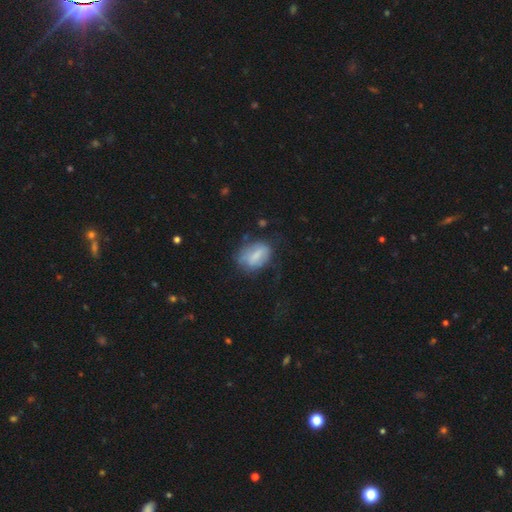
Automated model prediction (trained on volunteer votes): A smooth galaxy with no disk features (62%) that is in between round and cigar-shaped (79%). Merging: none (52%).